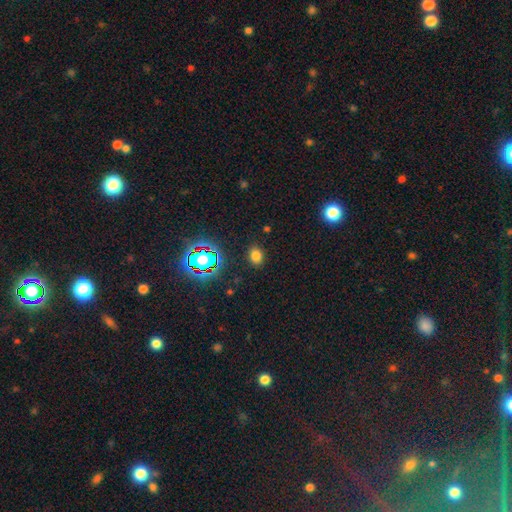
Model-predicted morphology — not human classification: Smooth or featured? Predicted: smooth (p=0.73). How rounded? Predicted: in between (p=0.55). Merging? Predicted: none (p=0.86).